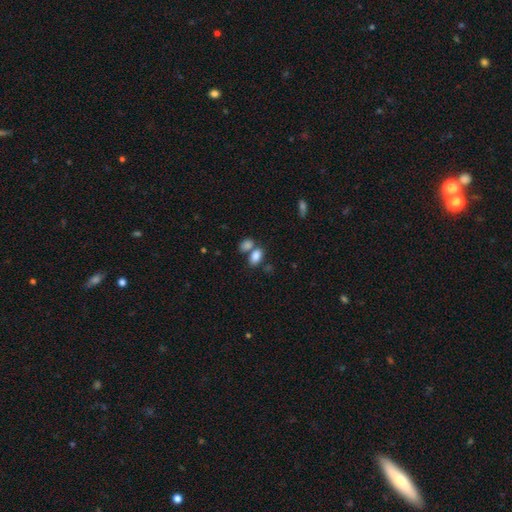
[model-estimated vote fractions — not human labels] A smooth galaxy with no disk features (84%) that is in between round and cigar-shaped (89%).

Vote fractions:
- Smooth or featured? smooth: 84% / star or artifact: 9% / featured or disk: 7%
- How rounded? in between: 89% / round: 8% / cigar-shaped: 2%
- Merging? none: 47% / merger: 38% / minor disturbance: 11% / major disturbance: 4%